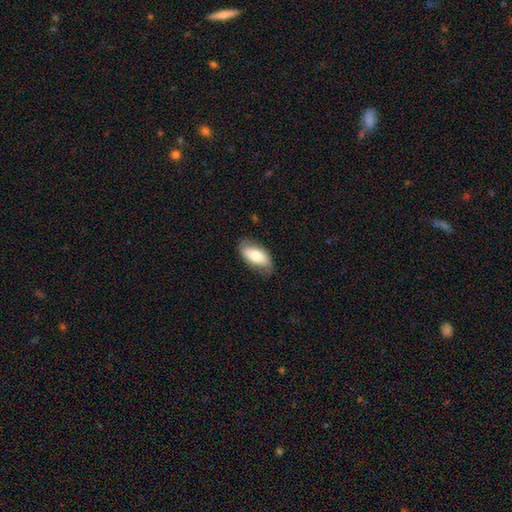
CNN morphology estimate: Q: Smooth or featured?
A: smooth (70%); runner-up: featured or disk (24%)
Q: How rounded?
A: in between (91%); runner-up: cigar-shaped (6%)
Q: Merging?
A: none (74%); runner-up: minor disturbance (20%)